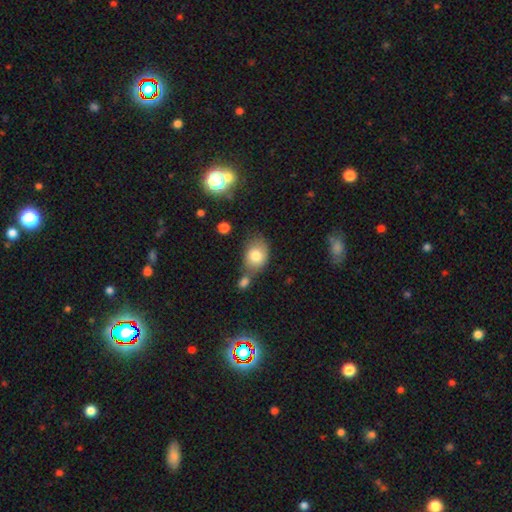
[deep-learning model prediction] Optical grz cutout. It shows a smooth galaxy with no disk features (78%) that is in between round and cigar-shaped (60%). Merging: none (51%).